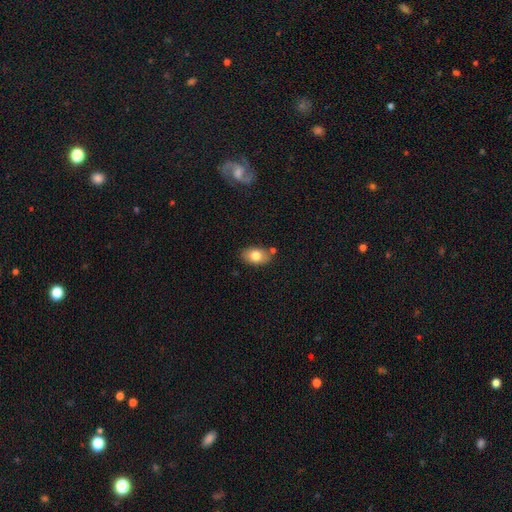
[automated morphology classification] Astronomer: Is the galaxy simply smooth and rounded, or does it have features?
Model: smooth — 79%.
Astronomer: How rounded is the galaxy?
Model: in between — 88%.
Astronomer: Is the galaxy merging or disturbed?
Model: none — 77%.